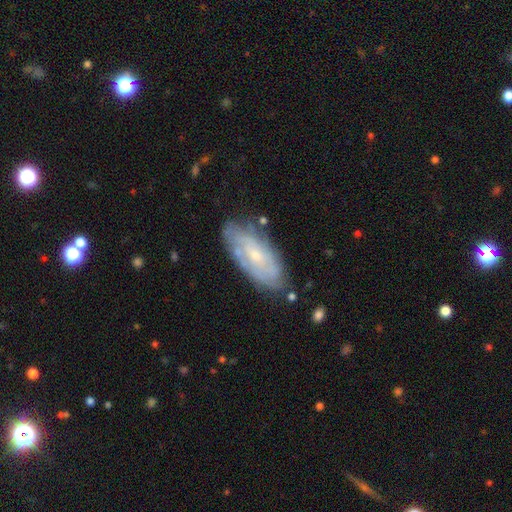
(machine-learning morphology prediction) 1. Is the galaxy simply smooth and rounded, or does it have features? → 60% featured or disk, 33% smooth, 7% star or artifact.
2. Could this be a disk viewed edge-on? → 87% no, 13% yes.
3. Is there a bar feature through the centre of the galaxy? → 74% no, 22% weak, 4% strong.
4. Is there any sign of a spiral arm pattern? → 70% yes, 30% no.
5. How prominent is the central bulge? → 66% small, 29% moderate, 3% none, 1% large, 1% dominant.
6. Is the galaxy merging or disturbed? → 74% none, 19% minor disturbance, 5% major disturbance, 2% merger.